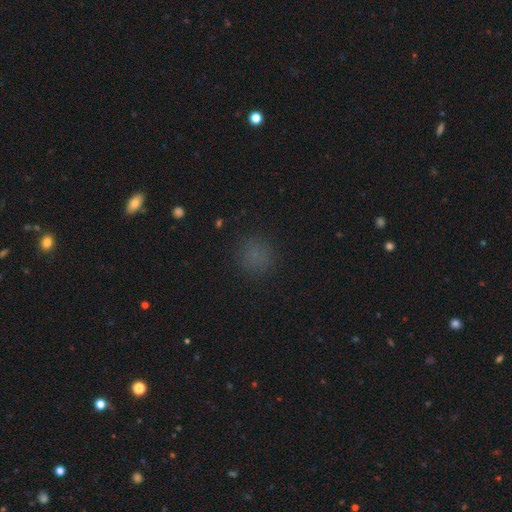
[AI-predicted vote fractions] A smooth galaxy with no disk features (72%) that is round (90%). Merging: none (86%).